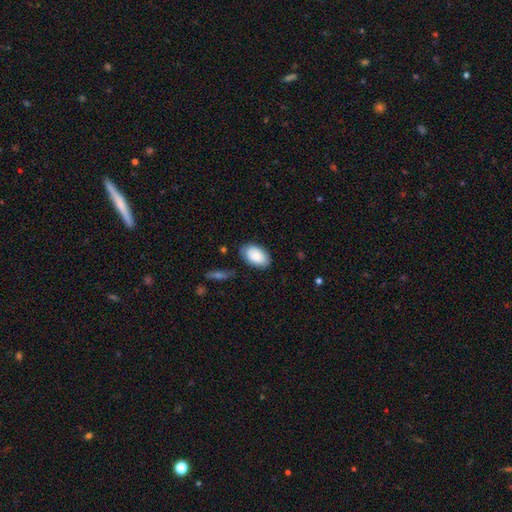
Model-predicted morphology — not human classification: smooth_or_featured: smooth (p=0.81) [alt: featured or disk p=0.13]
how_rounded: in between (p=0.94) [alt: round p=0.05]
merging: none (p=0.78) [alt: minor disturbance p=0.16]